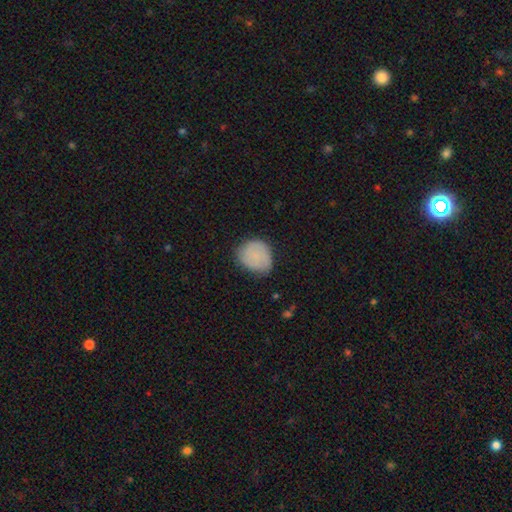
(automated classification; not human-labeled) The model was most divided on "merging": none: 61%, minor disturbance: 31%, major disturbance: 6%, merger: 1%. More confident: smooth or featured — smooth (78%); how rounded — round (70%).